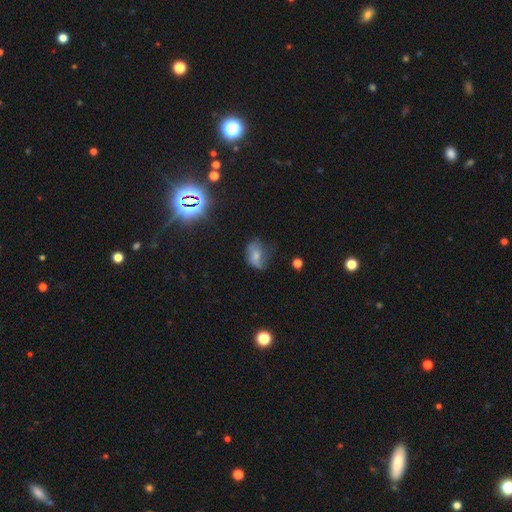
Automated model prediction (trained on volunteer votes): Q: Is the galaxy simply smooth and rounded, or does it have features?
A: smooth — 50%.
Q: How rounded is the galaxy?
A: in between — 74%.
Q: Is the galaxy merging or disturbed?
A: none — 41%.